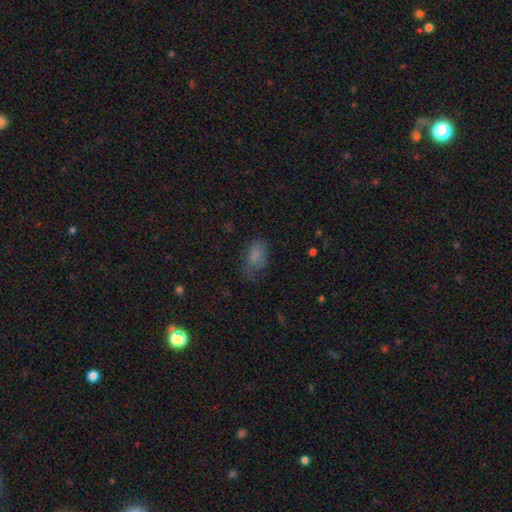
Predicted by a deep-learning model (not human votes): Overall: smooth (78%). How rounded: in between (88%). Merging: none (57%; minor disturbance 28%).